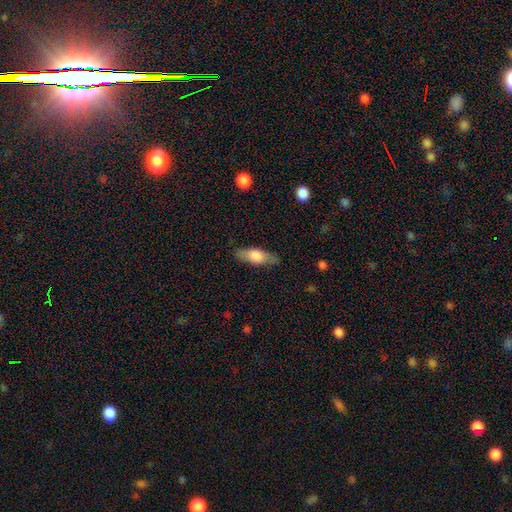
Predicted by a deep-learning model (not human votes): Smooth or featured? smooth (62%)
How rounded? in between (63%)
Merging? none (80%)